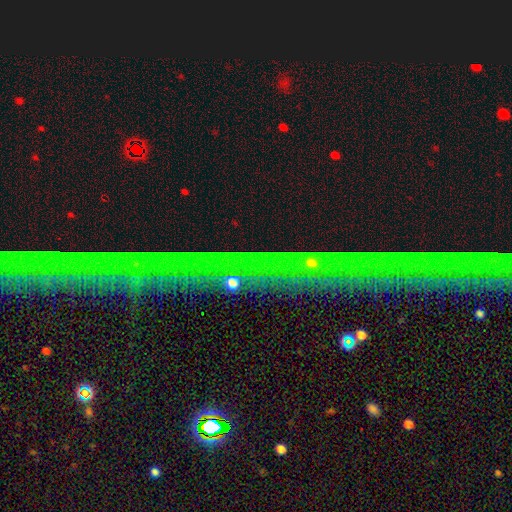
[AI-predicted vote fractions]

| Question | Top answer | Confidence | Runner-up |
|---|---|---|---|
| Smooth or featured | star or artifact | 80% | featured or disk (12%) |